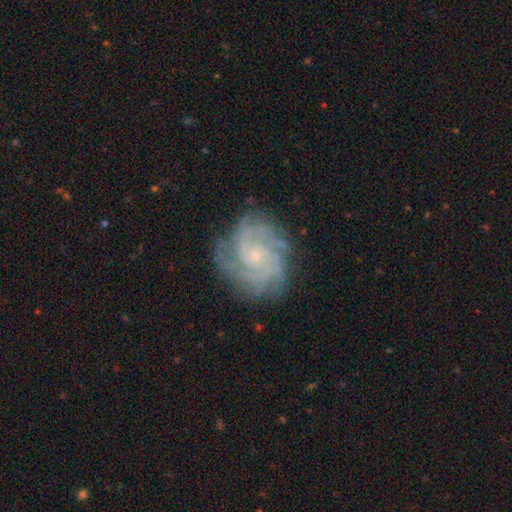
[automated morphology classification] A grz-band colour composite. It shows a featured or disk galaxy (87%) with no bar (75%), 4 (27%) tight (67%) spiral arms (98%) and a small central bulge (80%). Merging: none (78%).